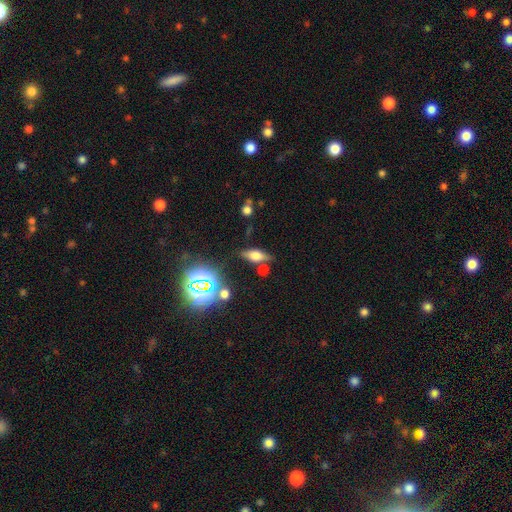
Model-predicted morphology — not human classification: smooth_or_featured: smooth (p=0.44) [alt: featured or disk p=0.38]
merging: none (p=0.72) [alt: minor disturbance p=0.15]